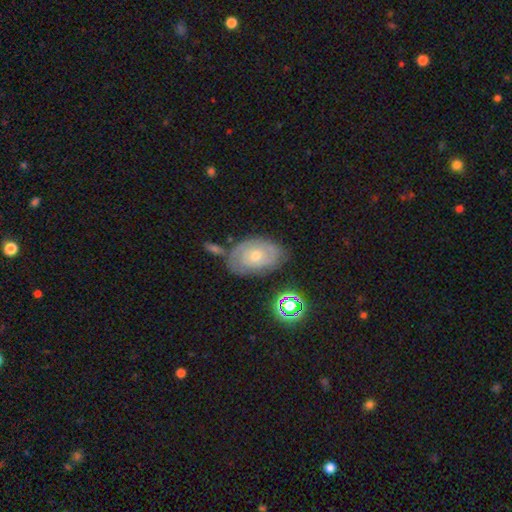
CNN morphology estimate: This is possibly a featured or disk galaxy (60%). It is clearly not viewed edge-on (94%). Bar: clearly no (82%). Spiral arm pattern: likely yes (74%). Central bulge: possibly small (52%). Merging: likely none (64%).